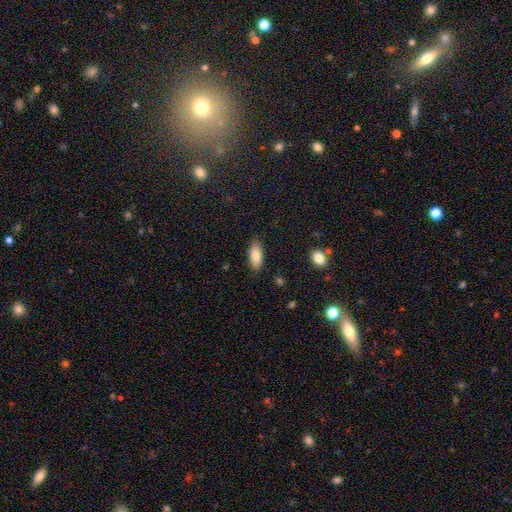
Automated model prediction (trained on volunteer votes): smooth_or_featured: smooth (p=0.81) [alt: featured or disk p=0.12]
how_rounded: in between (p=0.82) [alt: cigar-shaped p=0.16]
merging: none (p=0.85) [alt: minor disturbance p=0.11]